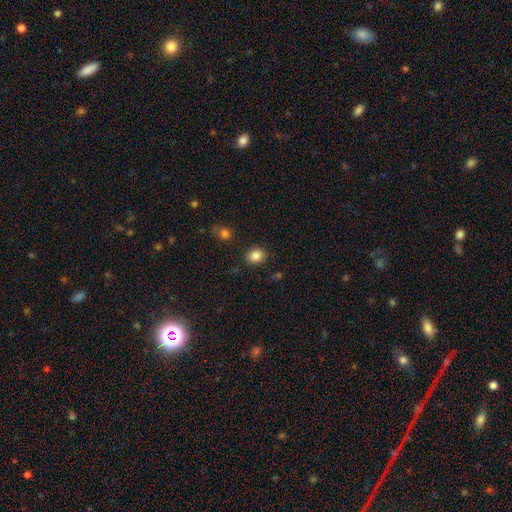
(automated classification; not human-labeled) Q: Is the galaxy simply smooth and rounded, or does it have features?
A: smooth — 86%.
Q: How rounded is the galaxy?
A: round — 60%.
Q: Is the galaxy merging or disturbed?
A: none — 86%.